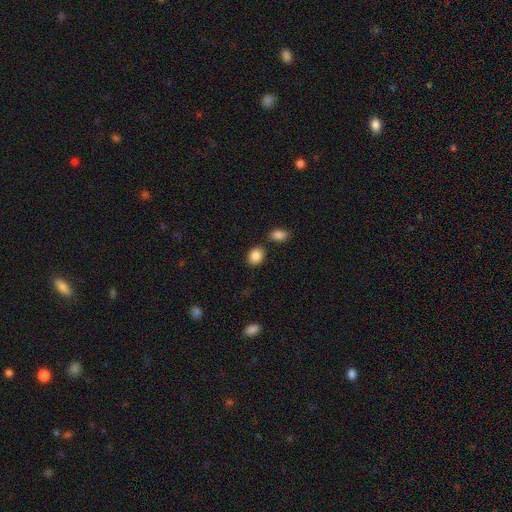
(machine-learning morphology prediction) Smooth or featured? Predicted: smooth (p=0.87). How rounded? Predicted: in between (p=0.66). Merging? Predicted: none (p=0.77).